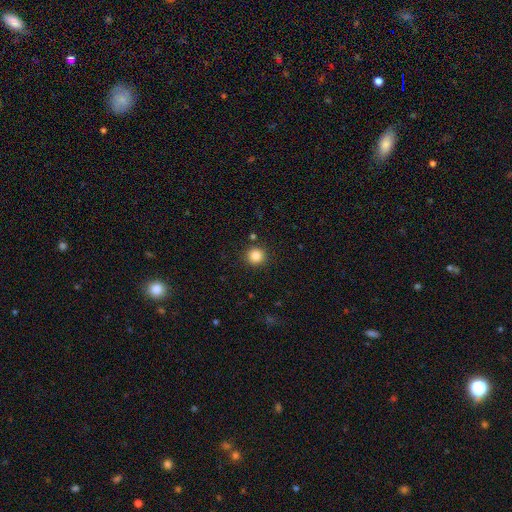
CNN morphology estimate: smooth-or-featured: smooth: 84% | star or artifact: 11% | featured or disk: 4%
  how-rounded: round: 95% | in between: 4% | cigar-shaped: 1%
  merging: none: 90% | minor disturbance: 6% | merger: 2% | major disturbance: 2%